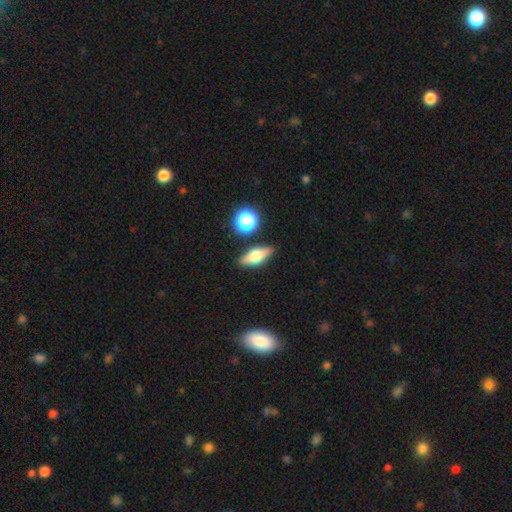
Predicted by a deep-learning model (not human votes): A smooth galaxy with no disk features (50%) that is in between round and cigar-shaped (64%).

Vote fractions:
- Smooth or featured? smooth: 50% / featured or disk: 40% / star or artifact: 10%
- How rounded? in between: 64% / cigar-shaped: 27% / round: 10%
- Merging? none: 84% / minor disturbance: 10% / merger: 4% / major disturbance: 2%